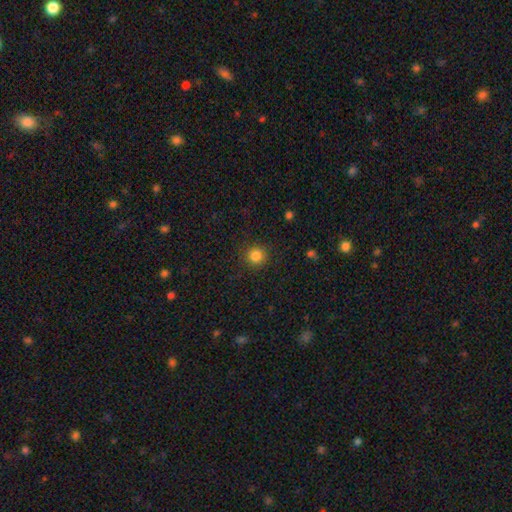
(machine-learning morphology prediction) smooth 84%, star or artifact 12%, featured or disk 4%. Down the decision tree: how rounded — round (92%); merging — none (90%).